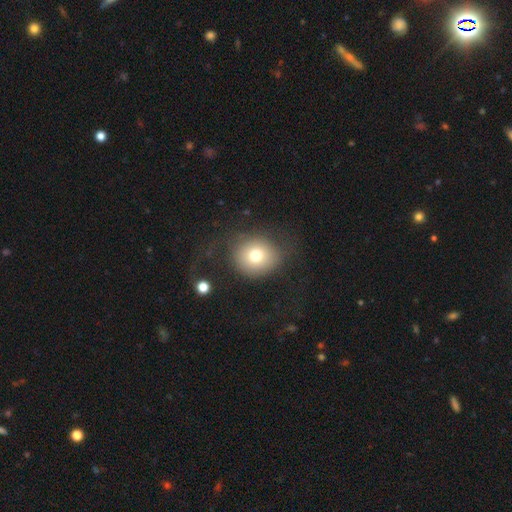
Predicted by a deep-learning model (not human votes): Smooth or featured? Predicted: smooth (p=0.73). How rounded? Predicted: round (p=0.80). Merging? Predicted: none (p=0.67).